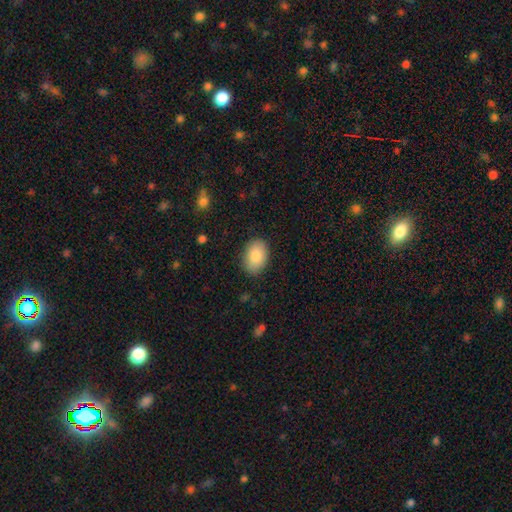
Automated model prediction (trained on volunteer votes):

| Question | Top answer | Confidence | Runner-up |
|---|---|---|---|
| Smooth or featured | smooth | 85% | featured or disk (8%) |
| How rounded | in between | 85% | round (14%) |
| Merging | none | 87% | minor disturbance (10%) |